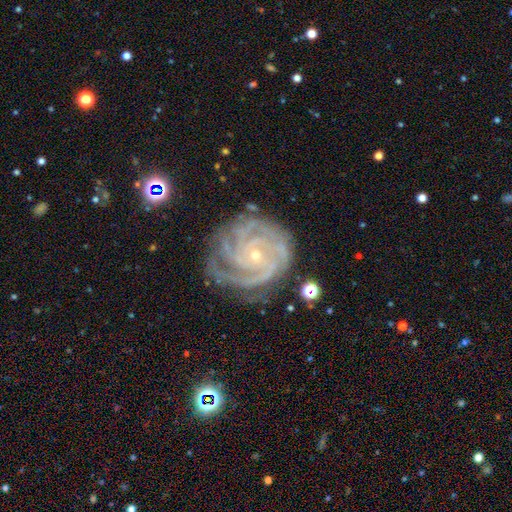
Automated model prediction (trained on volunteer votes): Smooth or featured? featured or disk (90%)
Edge-on disk? no (98%)
Bar? no (73%)
Spiral arms? yes (98%)
Spiral winding? tight (78%)
Spiral arm count? 4 (31%)
Bulge size? small (85%)
Merging? none (73%)